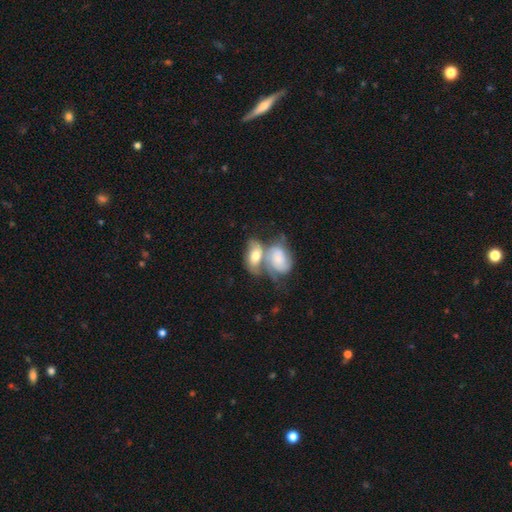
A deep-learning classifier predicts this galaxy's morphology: Smooth or featured: smooth — 48% (featured or disk — 46%)
Merging: merger — 67% (none — 17%)